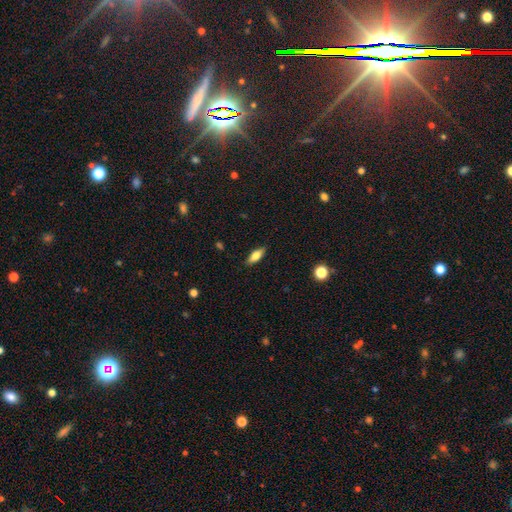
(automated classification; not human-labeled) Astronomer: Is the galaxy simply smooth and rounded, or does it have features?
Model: smooth — 73%.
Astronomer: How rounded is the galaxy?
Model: in between — 72%.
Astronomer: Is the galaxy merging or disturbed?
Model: none — 87%.